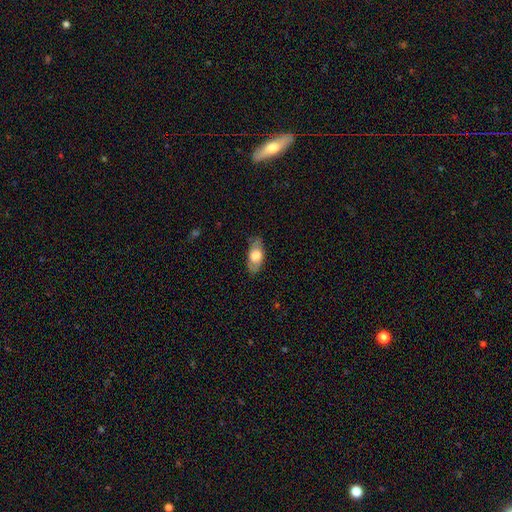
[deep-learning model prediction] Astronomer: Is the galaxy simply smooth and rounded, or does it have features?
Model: smooth — 61%.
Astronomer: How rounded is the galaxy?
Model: in between — 86%.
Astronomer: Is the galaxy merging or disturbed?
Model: none — 77%.